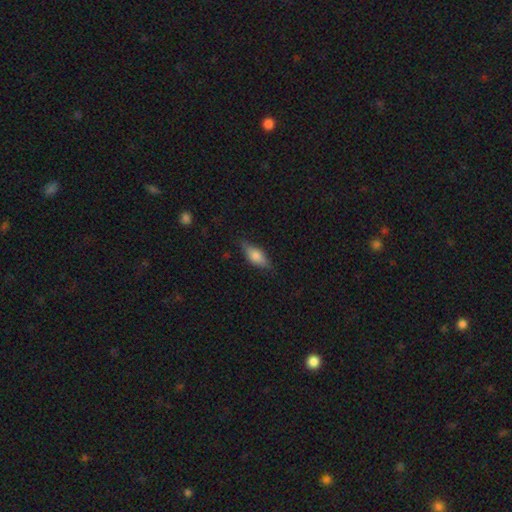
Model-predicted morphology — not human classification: Overall: smooth (69%). How rounded: in between (76%). Merging: none (75%).